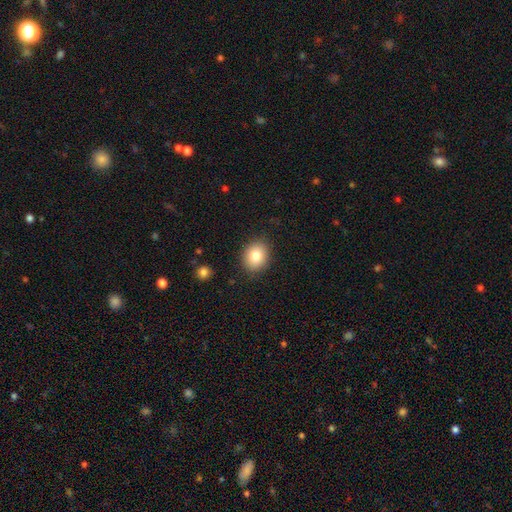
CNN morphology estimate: Smooth or featured?
  - smooth: 82% *
  - star or artifact: 9%
  - featured or disk: 8%
How rounded?
  - round: 61% *
  - in between: 39%
  - cigar-shaped: 1%
Merging?
  - none: 88% *
  - minor disturbance: 9%
  - major disturbance: 2%
  - merger: 1%